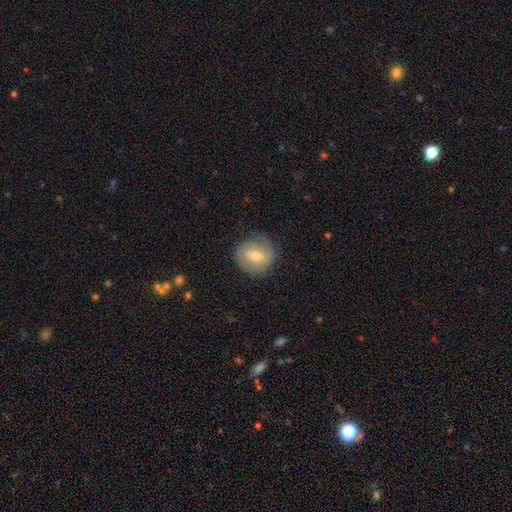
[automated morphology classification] The model was most divided on "smooth or featured": smooth: 56%, featured or disk: 37%, star or artifact: 7%. More confident: how rounded — round (85%); merging — none (77%).